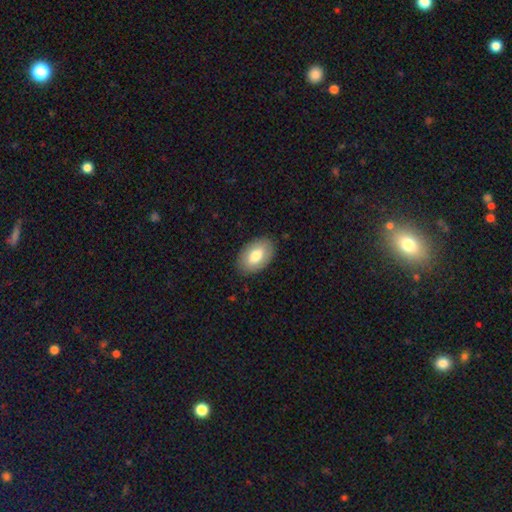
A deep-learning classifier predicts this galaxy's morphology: The model was most divided on "smooth or featured": smooth: 74%, featured or disk: 19%, star or artifact: 6%. More confident: how rounded — in between (92%); merging — none (86%).